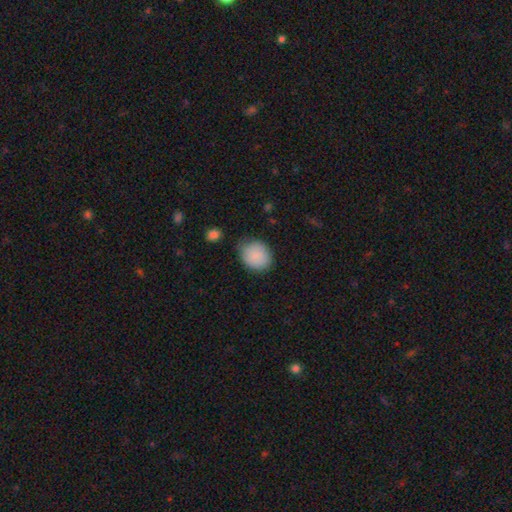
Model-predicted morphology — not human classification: This appears to be a smooth galaxy with no disk features (86%) that is round (67%). Merging: none (70%).